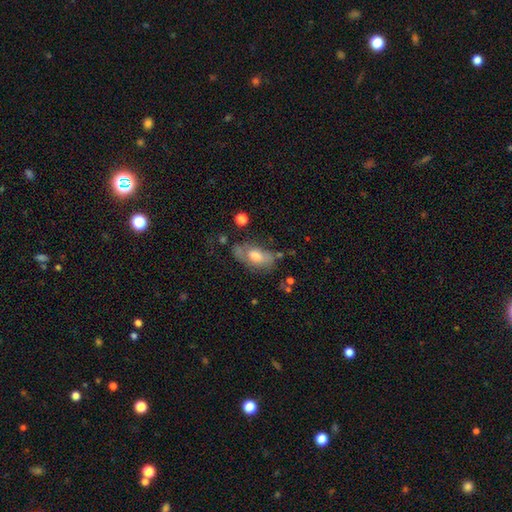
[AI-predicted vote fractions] This appears to be a smooth galaxy with no disk features (51%) that is in between round and cigar-shaped (87%). Merging: none (49%).